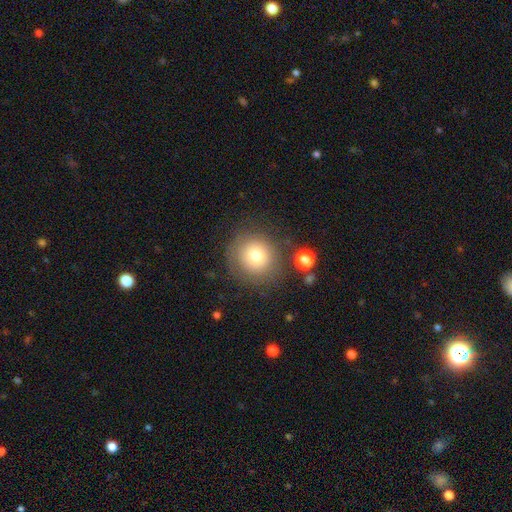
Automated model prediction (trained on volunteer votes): The model was most divided on "smooth or featured": smooth: 74%, featured or disk: 14%, star or artifact: 12%. More confident: how rounded — round (91%); merging — none (78%).